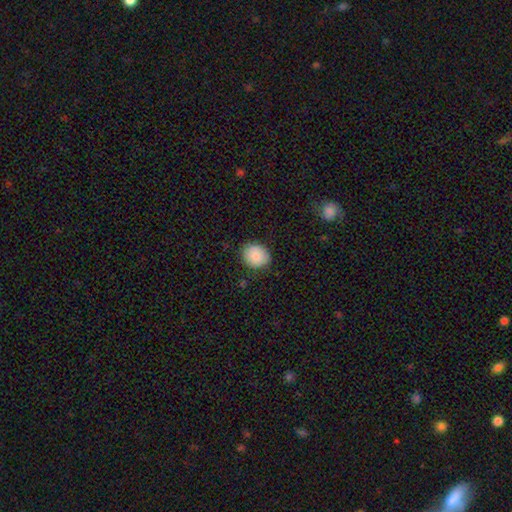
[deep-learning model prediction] smooth 86%, star or artifact 8%, featured or disk 6%. Down the decision tree: how rounded — round (68%); merging — none (84%).